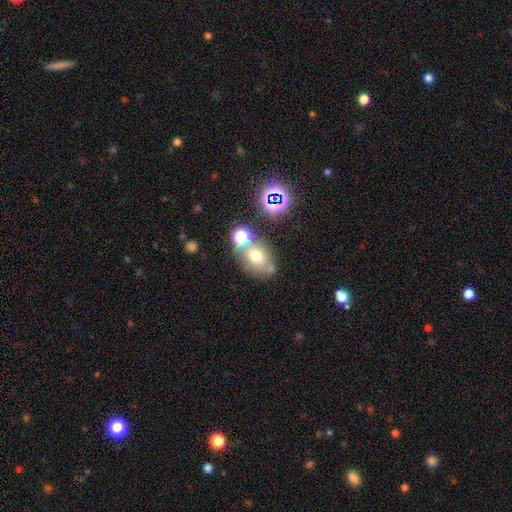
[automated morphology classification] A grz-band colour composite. It shows a smooth galaxy with no disk features (61%) that is in between round and cigar-shaped (54%). Merging: none (55%).